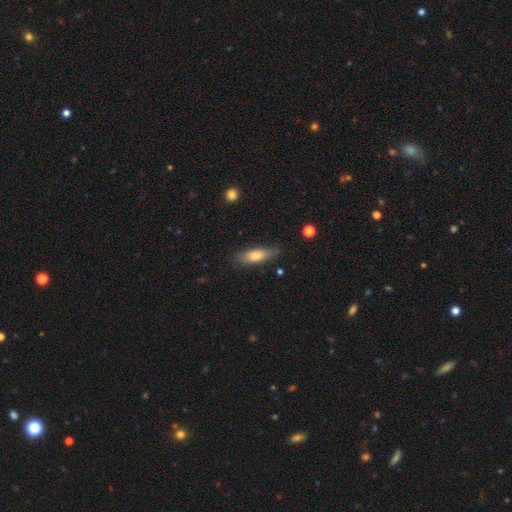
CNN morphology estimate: Smooth or featured? Predicted: smooth (p=0.74). How rounded? Predicted: in between (p=0.58). Merging? Predicted: none (p=0.80).